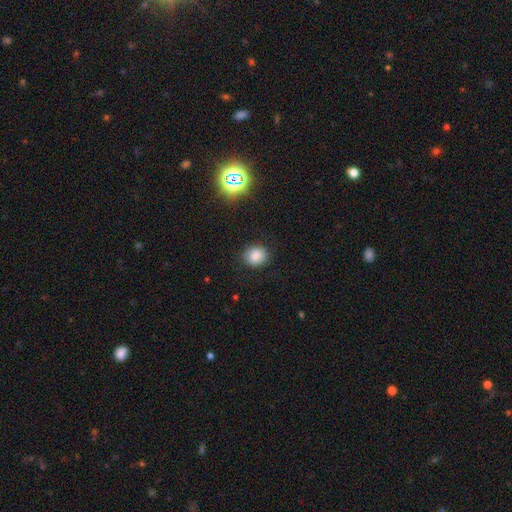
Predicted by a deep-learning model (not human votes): Overall: smooth (82%). How rounded: round (72%). Merging: none (86%).